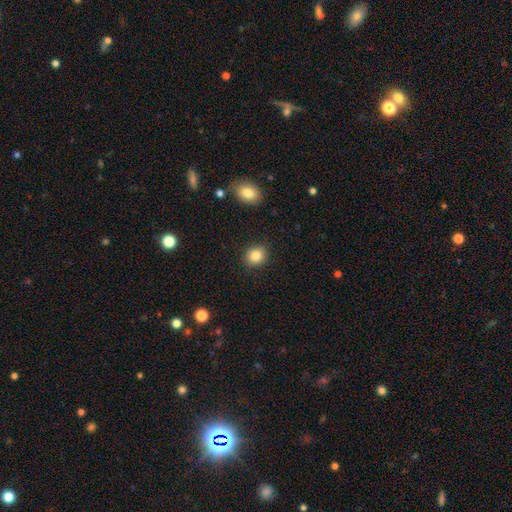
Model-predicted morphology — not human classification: Q: Smooth or featured?
A: smooth (83%); runner-up: star or artifact (10%)
Q: How rounded?
A: round (73%); runner-up: in between (26%)
Q: Merging?
A: none (89%); runner-up: minor disturbance (8%)